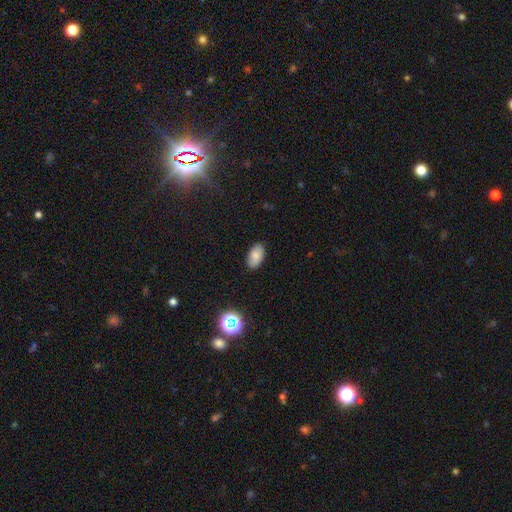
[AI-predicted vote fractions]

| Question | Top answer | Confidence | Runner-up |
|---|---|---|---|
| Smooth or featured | smooth | 82% | star or artifact (9%) |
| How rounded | in between | 94% | round (4%) |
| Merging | none | 86% | minor disturbance (11%) |